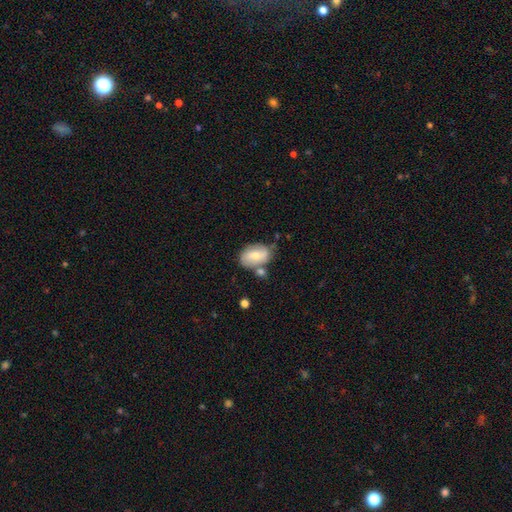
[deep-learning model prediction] A smooth galaxy with no disk features (56%) that is in between round and cigar-shaped (84%). Merging: none (57%).